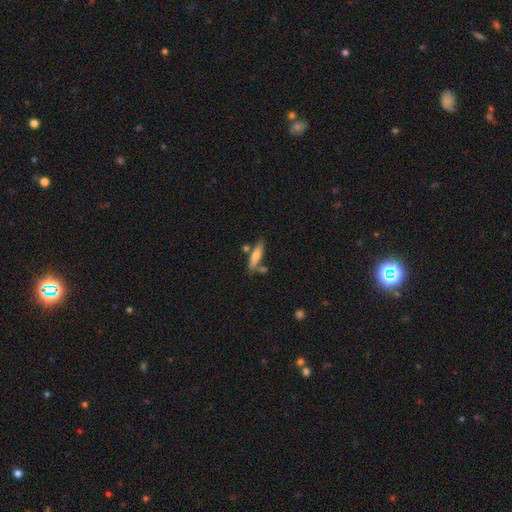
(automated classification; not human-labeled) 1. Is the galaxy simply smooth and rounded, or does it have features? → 66% smooth, 28% featured or disk, 6% star or artifact.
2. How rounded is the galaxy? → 71% cigar-shaped, 27% in between, 2% round.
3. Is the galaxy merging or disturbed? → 66% none, 15% minor disturbance, 15% merger, 4% major disturbance.